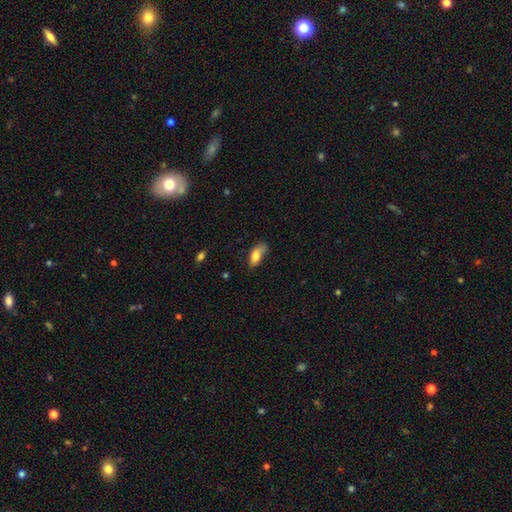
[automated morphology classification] Smooth or featured? Predicted: smooth (p=0.80). How rounded? Predicted: in between (p=0.84). Merging? Predicted: none (p=0.47).